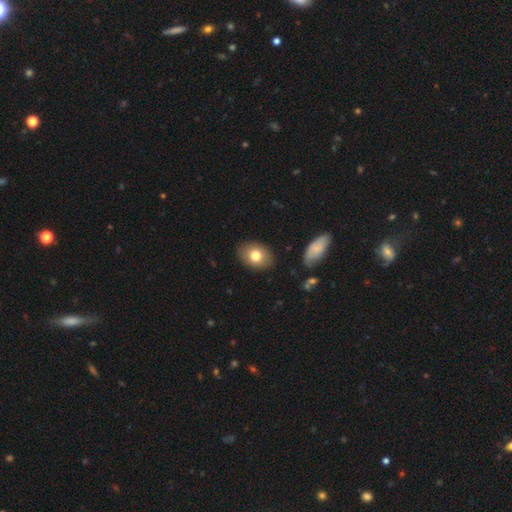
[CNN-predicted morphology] Overall: smooth (78%). How rounded: in between (73%). Merging: none (87%).